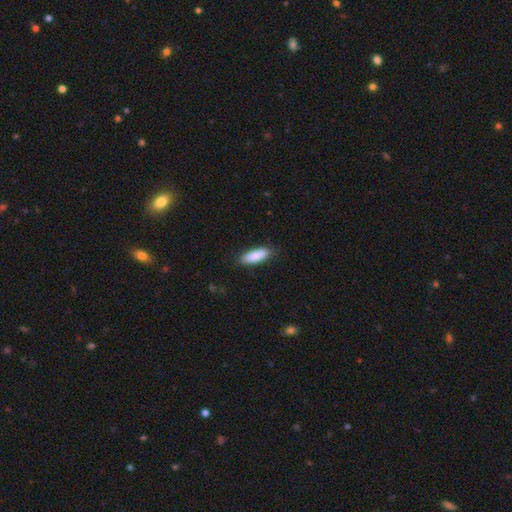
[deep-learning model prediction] Smooth or featured?
  - smooth: 88% *
  - featured or disk: 6%
  - star or artifact: 6%
How rounded?
  - in between: 66% *
  - cigar-shaped: 32%
  - round: 2%
Merging?
  - none: 83% *
  - minor disturbance: 13%
  - major disturbance: 3%
  - merger: 1%